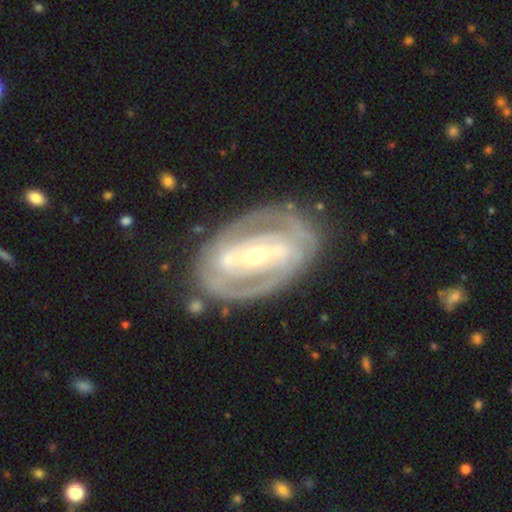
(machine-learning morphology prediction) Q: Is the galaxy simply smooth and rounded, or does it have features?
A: featured or disk — 85%.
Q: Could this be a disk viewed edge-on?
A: no — 95%.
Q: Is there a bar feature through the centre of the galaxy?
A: strong — 58%.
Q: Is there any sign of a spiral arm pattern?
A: yes — 82%.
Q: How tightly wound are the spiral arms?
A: tight — 63%.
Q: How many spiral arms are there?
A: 2 — 60%.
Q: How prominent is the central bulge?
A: small — 56%.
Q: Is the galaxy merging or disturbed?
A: none — 74%.